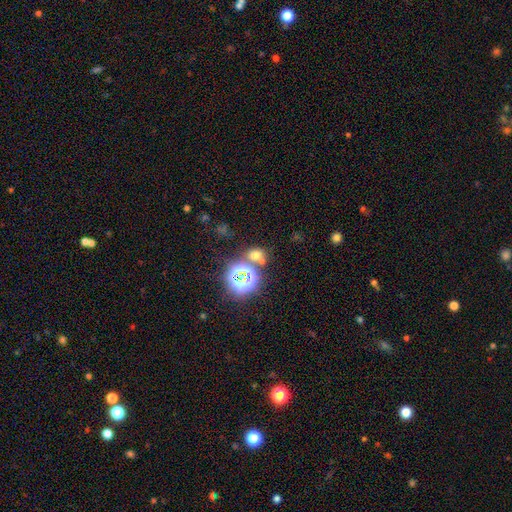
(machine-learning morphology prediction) Smooth or featured: smooth — 55% (star or artifact — 37%)
How rounded: round — 63% (in between — 35%)
Merging: none — 63% (merger — 23%)